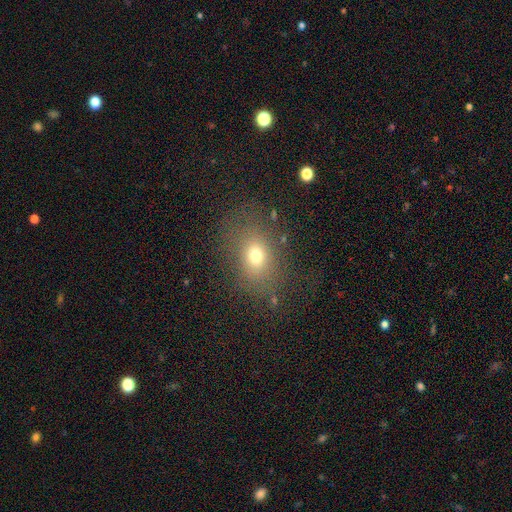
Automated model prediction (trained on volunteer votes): Smooth or featured? smooth (70%)
How rounded? in between (60%)
Merging? none (76%)